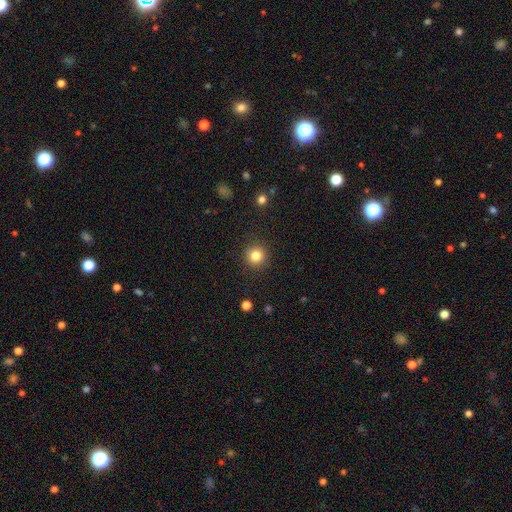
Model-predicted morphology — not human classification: This is clearly a smooth galaxy (83%). How rounded: clearly round (93%). Merging: clearly none (91%).